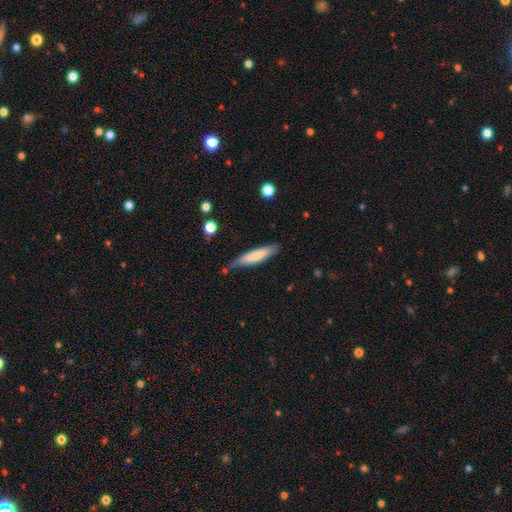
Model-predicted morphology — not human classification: type=smooth (74%); roundness=cigar-shaped (83%); merging=none (71%).